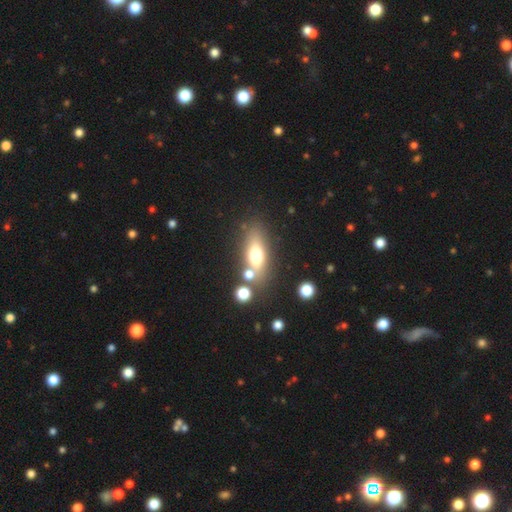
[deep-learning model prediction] Smooth or featured?
  - smooth: 60% *
  - featured or disk: 29%
  - star or artifact: 11%
How rounded?
  - in between: 62% *
  - cigar-shaped: 30%
  - round: 8%
Merging?
  - none: 66% *
  - merger: 15%
  - minor disturbance: 13%
  - major disturbance: 6%